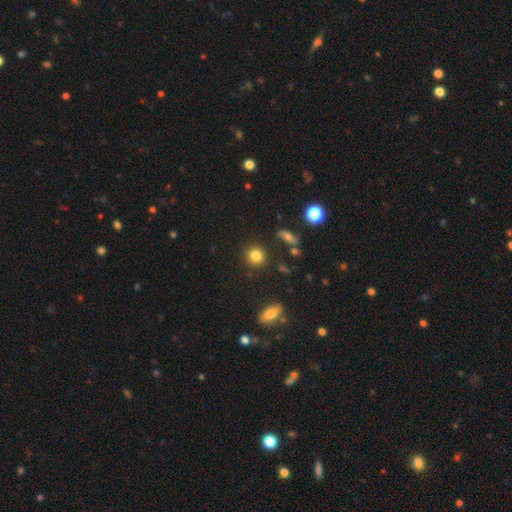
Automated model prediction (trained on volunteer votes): Smooth or featured? Predicted: smooth (p=0.83). How rounded? Predicted: round (p=0.89). Merging? Predicted: none (p=0.87).